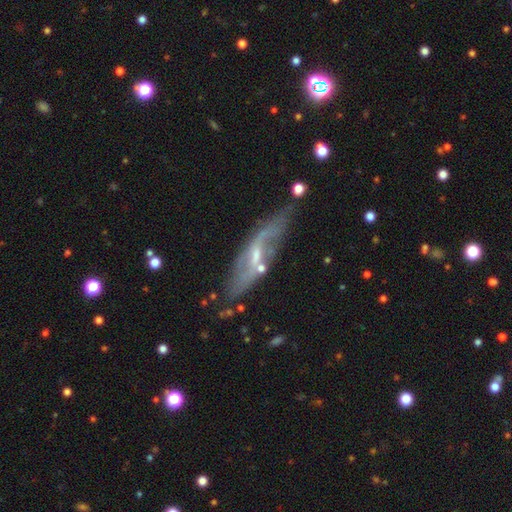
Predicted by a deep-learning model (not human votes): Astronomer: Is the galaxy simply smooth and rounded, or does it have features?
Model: featured or disk — 70%.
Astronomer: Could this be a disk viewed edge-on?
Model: no — 57% (runner-up: yes, 43%).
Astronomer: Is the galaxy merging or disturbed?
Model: none — 65%.